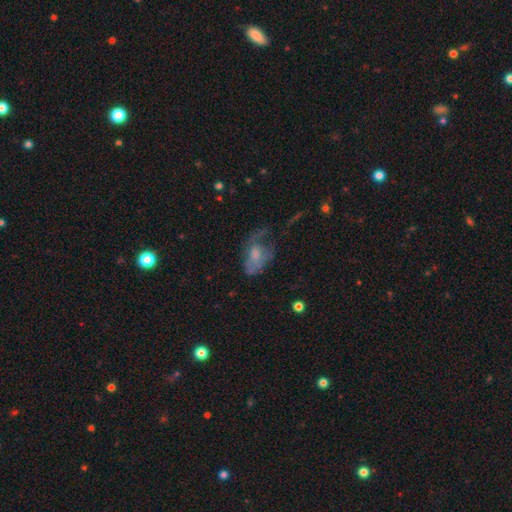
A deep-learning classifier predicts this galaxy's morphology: This appears to be a smooth galaxy with no disk features (45%). Merging: major disturbance (46%).